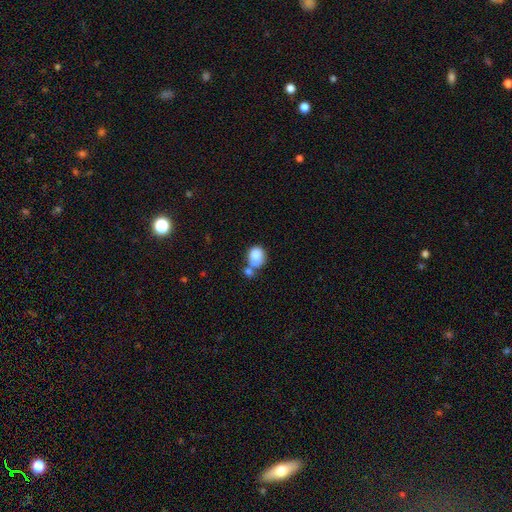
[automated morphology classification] smooth 81%, featured or disk 12%, star or artifact 8%. Down the decision tree: how rounded — round (57%); merging — merger (48%).